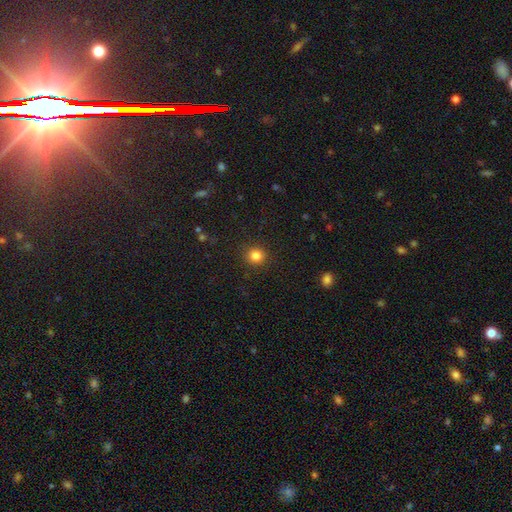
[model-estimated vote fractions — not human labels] Smooth or featured: smooth — 83% (star or artifact — 12%)
How rounded: round — 89% (in between — 10%)
Merging: none — 90% (minor disturbance — 6%)